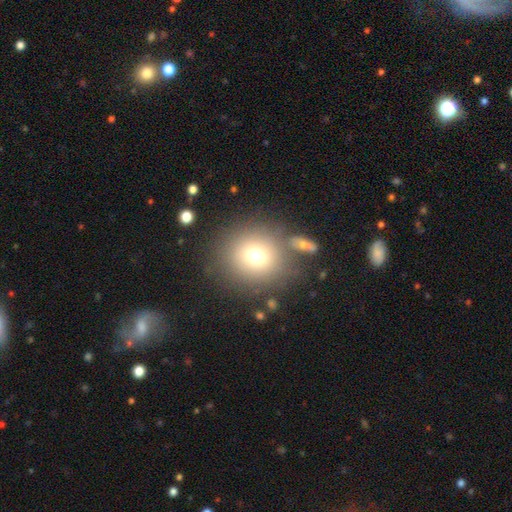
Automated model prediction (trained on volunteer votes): Smooth or featured? Predicted: smooth (p=0.72). How rounded? Predicted: round (p=0.86). Merging? Predicted: none (p=0.75).